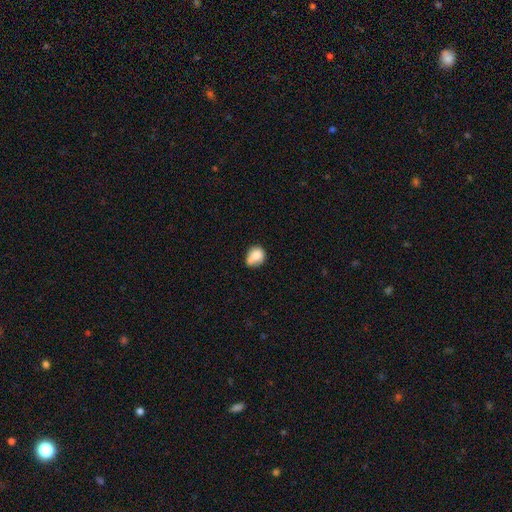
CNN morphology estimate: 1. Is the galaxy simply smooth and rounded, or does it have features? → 78% smooth, 12% featured or disk, 9% star or artifact.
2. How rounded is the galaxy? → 60% round, 39% in between, 1% cigar-shaped.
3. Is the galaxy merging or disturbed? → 41% none, 29% minor disturbance, 21% merger, 9% major disturbance.